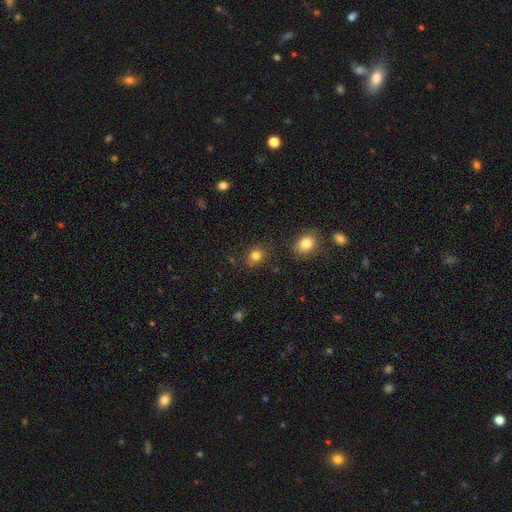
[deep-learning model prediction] smooth-or-featured: smooth: 81% | star or artifact: 13% | featured or disk: 6%
  how-rounded: round: 67% | in between: 31% | cigar-shaped: 1%
  merging: none: 81% | minor disturbance: 12% | major disturbance: 3% | merger: 3%